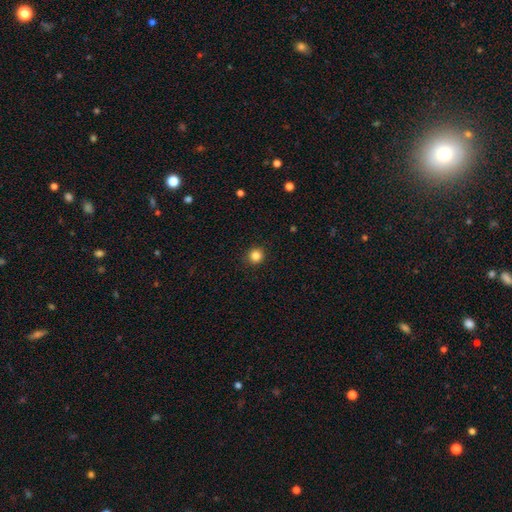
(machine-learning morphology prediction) Q: Smooth or featured?
A: smooth (85%); runner-up: star or artifact (12%)
Q: How rounded?
A: round (95%); runner-up: in between (4%)
Q: Merging?
A: none (92%); runner-up: minor disturbance (5%)